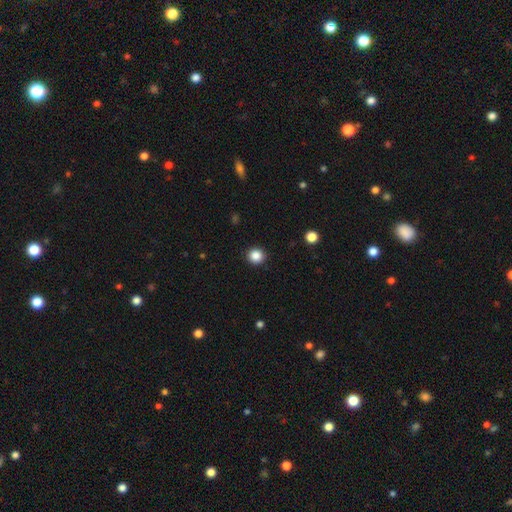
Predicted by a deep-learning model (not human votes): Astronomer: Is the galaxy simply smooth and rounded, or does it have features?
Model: smooth — 86%.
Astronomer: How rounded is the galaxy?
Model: round — 91%.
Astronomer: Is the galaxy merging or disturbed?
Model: none — 92%.